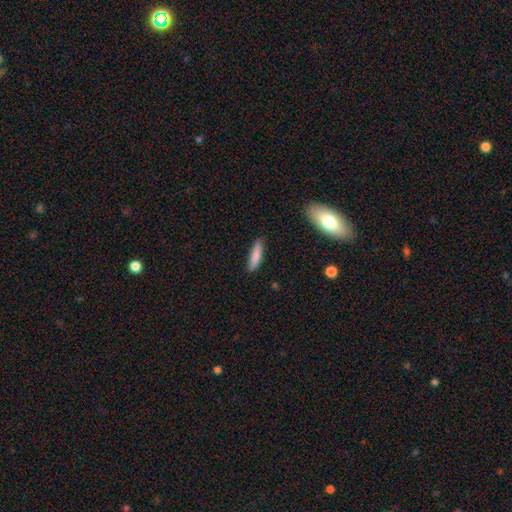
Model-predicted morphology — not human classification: smooth_or_featured: smooth (p=0.83) [alt: featured or disk p=0.11]
how_rounded: cigar-shaped (p=0.77) [alt: in between p=0.22]
merging: none (p=0.86) [alt: minor disturbance p=0.11]